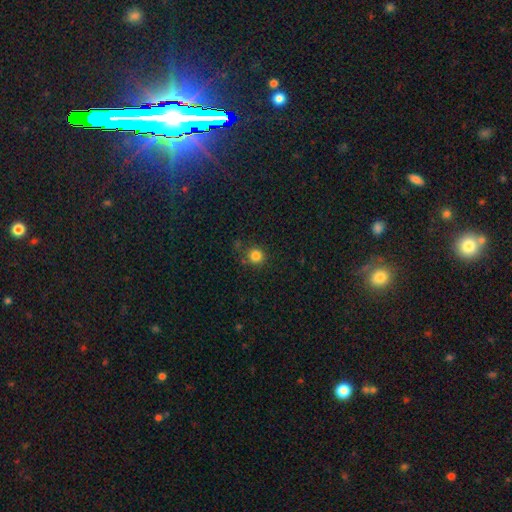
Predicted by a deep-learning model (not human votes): Smooth or featured? Predicted: smooth (p=0.82). How rounded? Predicted: round (p=0.92). Merging? Predicted: none (p=0.79).